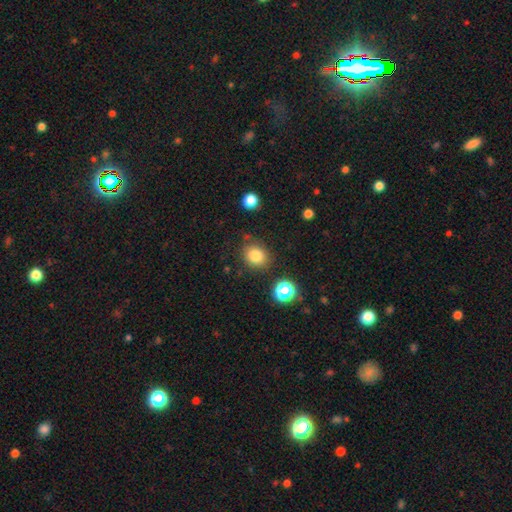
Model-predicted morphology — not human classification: A smooth galaxy with no disk features (82%) that is round (67%).

Vote fractions:
- Smooth or featured? smooth: 82% / star or artifact: 12% / featured or disk: 6%
- How rounded? round: 67% / in between: 32% / cigar-shaped: 1%
- Merging? none: 80% / minor disturbance: 12% / merger: 4% / major disturbance: 4%